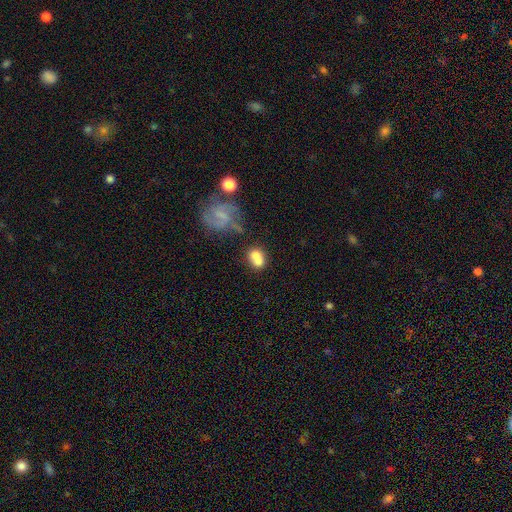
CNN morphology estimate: This is likely a smooth galaxy (68%). How rounded: possibly in between (56%). Merging: possibly merger (52%).